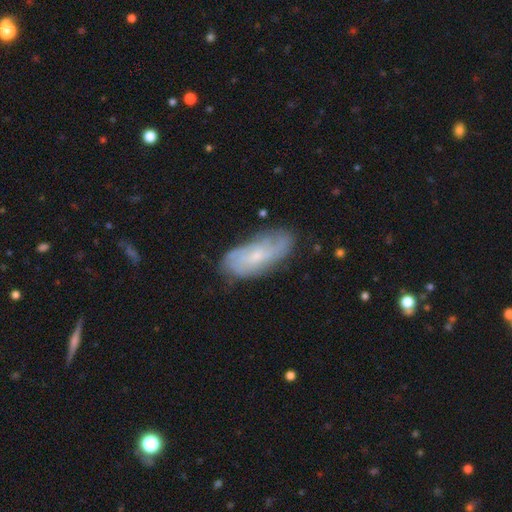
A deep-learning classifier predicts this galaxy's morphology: Smooth or featured: featured or disk — 58% (smooth — 34%)
Edge-on disk: no — 89% (yes — 11%)
Bar: no — 66% (weak — 29%)
Spiral arms: yes — 81% (no — 19%)
Bulge size: small — 68% (moderate — 23%)
Merging: none — 72% (minor disturbance — 21%)